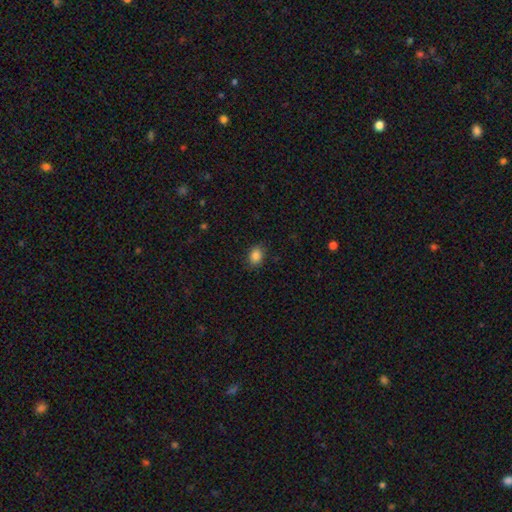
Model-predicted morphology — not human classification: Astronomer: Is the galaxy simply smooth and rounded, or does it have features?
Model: smooth — 86%.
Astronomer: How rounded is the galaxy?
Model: in between — 66%.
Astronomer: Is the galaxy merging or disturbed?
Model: none — 86%.